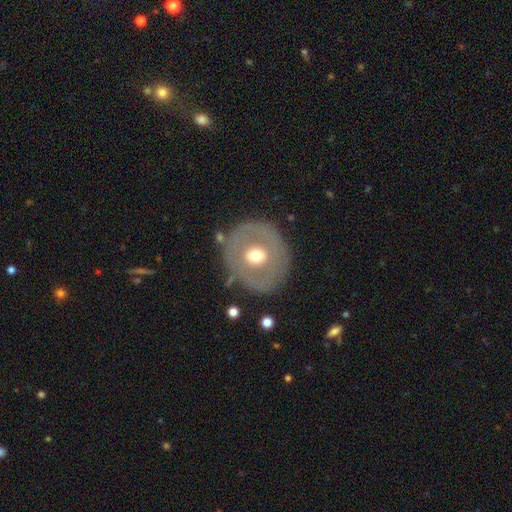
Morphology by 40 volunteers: This appears to be a featured or disk galaxy (55%) with no bar (89%), no spiral arms (100%) and a moderate central bulge (79%). Merging: none (77%).